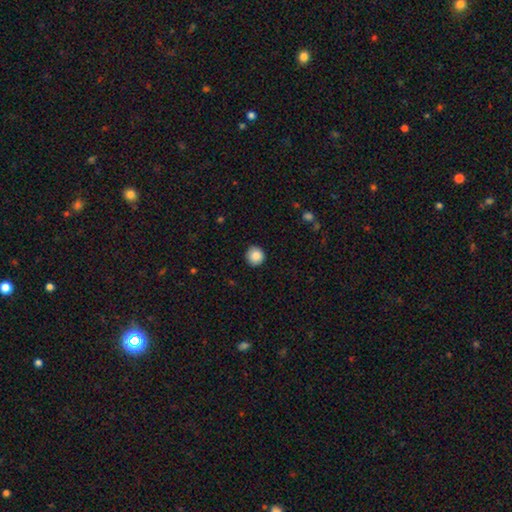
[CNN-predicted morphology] Smooth or featured?
  - smooth: 88% *
  - star or artifact: 9%
  - featured or disk: 3%
How rounded?
  - round: 94% *
  - in between: 6%
  - cigar-shaped: 1%
Merging?
  - none: 89% *
  - minor disturbance: 8%
  - major disturbance: 2%
  - merger: 1%